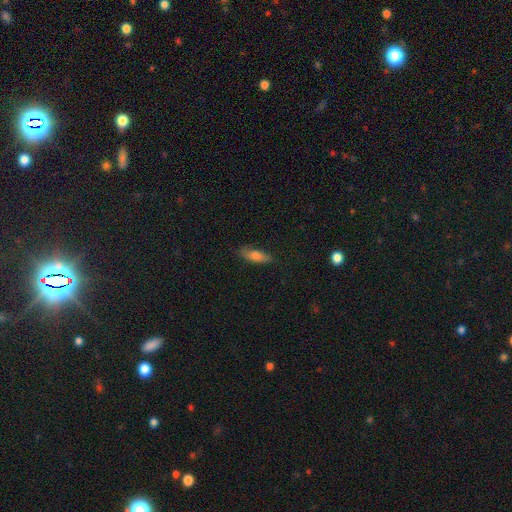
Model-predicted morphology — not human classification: Overall: smooth (75%). How rounded: in between (58%; cigar-shaped 39%). Merging: none (80%).